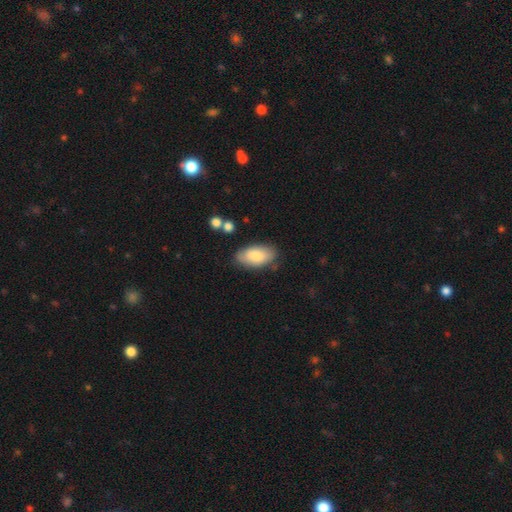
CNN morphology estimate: Q: Smooth or featured?
A: smooth (82%); runner-up: featured or disk (12%)
Q: How rounded?
A: in between (94%); runner-up: cigar-shaped (3%)
Q: Merging?
A: none (77%); runner-up: minor disturbance (16%)